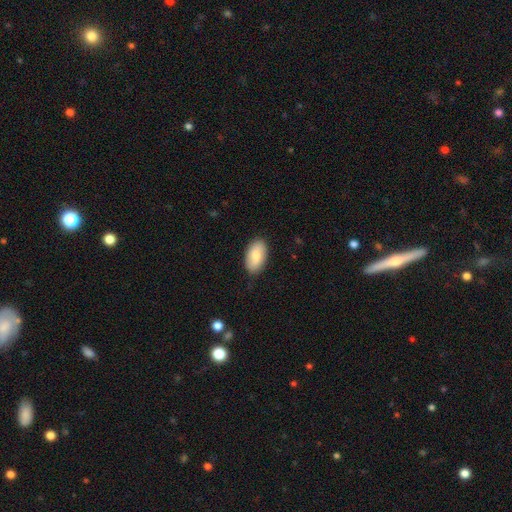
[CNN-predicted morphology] This is clearly a smooth galaxy (82%). How rounded: clearly in between (95%). Merging: clearly none (85%).